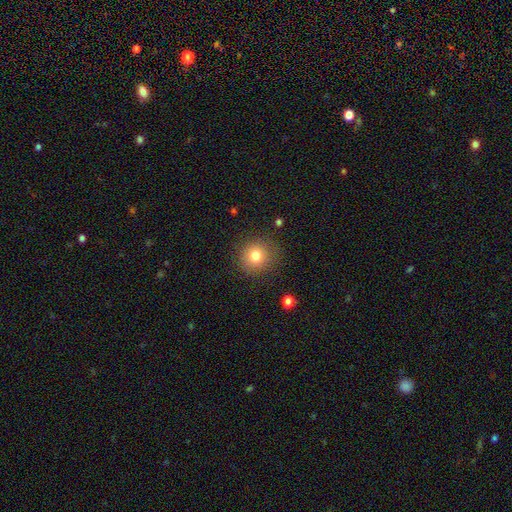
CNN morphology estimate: smooth_or_featured: smooth (p=0.79) [alt: star or artifact p=0.12]
how_rounded: round (p=0.90) [alt: in between p=0.10]
merging: none (p=0.87) [alt: minor disturbance p=0.09]